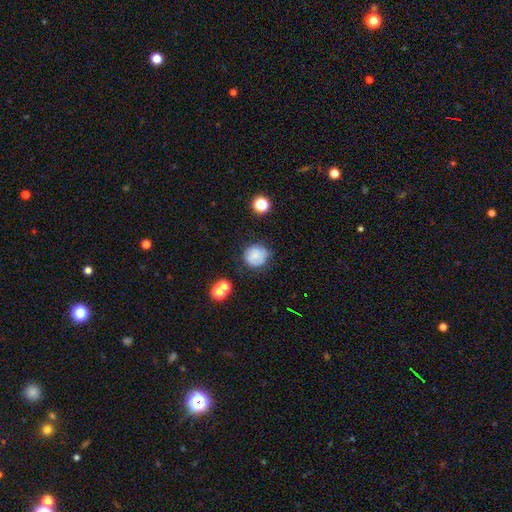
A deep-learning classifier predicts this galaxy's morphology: Overall: smooth (72%). How rounded: round (87%). Merging: none (66%).